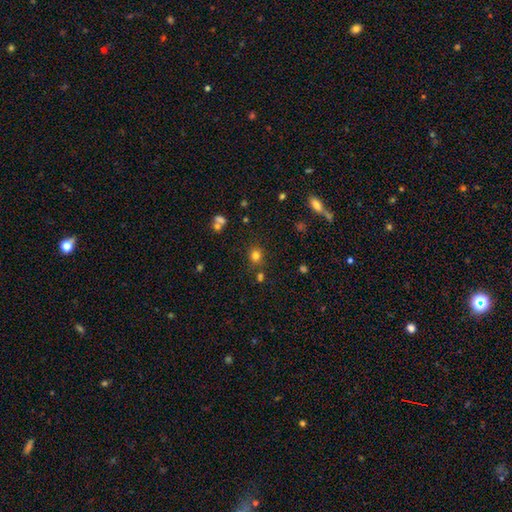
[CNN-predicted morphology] The model was most divided on "smooth or featured": smooth: 77%, star or artifact: 17%, featured or disk: 6%. More confident: how rounded — round (82%); merging — none (78%).